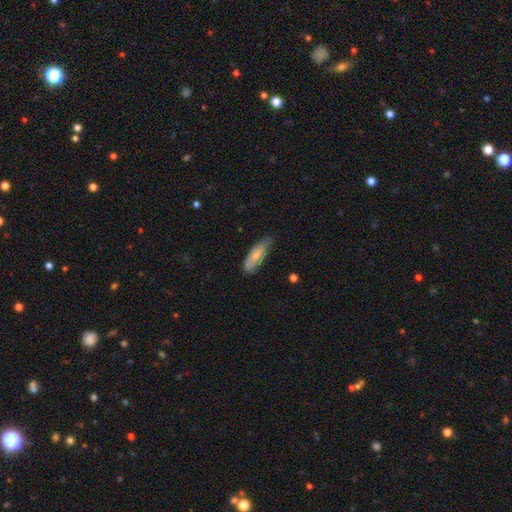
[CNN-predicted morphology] Smooth or featured?
  - smooth: 76% *
  - featured or disk: 19%
  - star or artifact: 6%
How rounded?
  - in between: 57% *
  - cigar-shaped: 41%
  - round: 2%
Merging?
  - none: 63% *
  - minor disturbance: 30%
  - major disturbance: 5%
  - merger: 2%